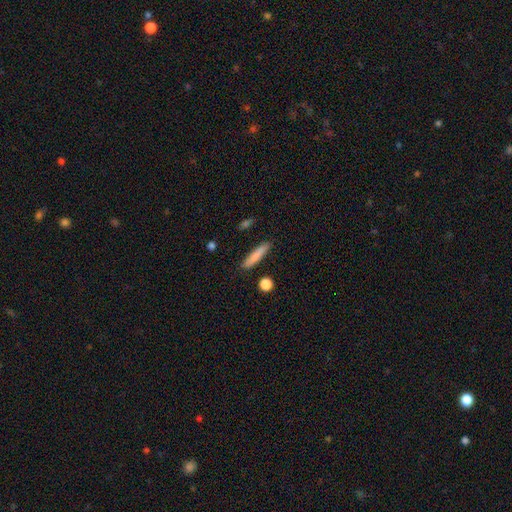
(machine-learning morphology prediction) Overall: smooth (82%). How rounded: cigar-shaped (89%). Merging: none (88%).